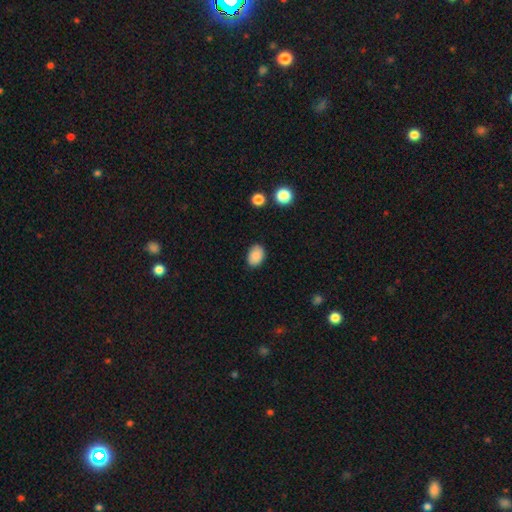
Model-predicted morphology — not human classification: smooth 88%, star or artifact 8%, featured or disk 4%. Down the decision tree: how rounded — in between (78%); merging — none (84%).